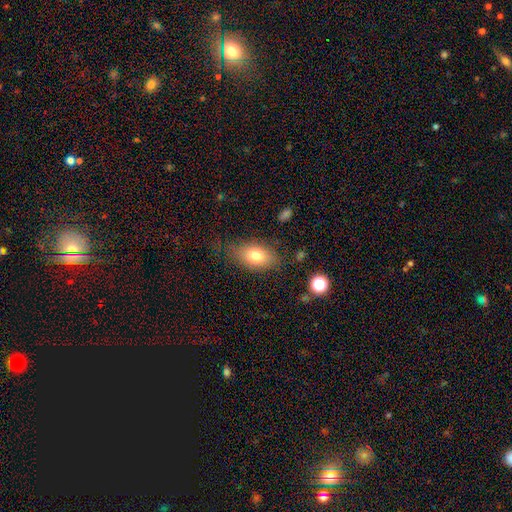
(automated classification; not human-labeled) Smooth or featured?
  - smooth: 76% *
  - featured or disk: 15%
  - star or artifact: 9%
How rounded?
  - in between: 85% *
  - round: 12%
  - cigar-shaped: 3%
Merging?
  - none: 73% *
  - minor disturbance: 19%
  - major disturbance: 7%
  - merger: 2%